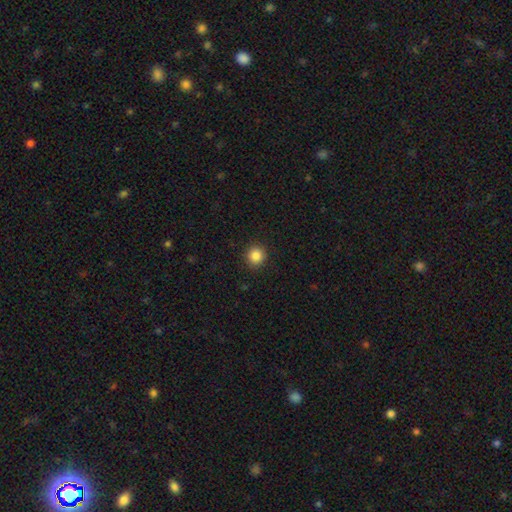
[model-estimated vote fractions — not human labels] A smooth galaxy with no disk features (85%) that is round (92%). Merging: none (91%).